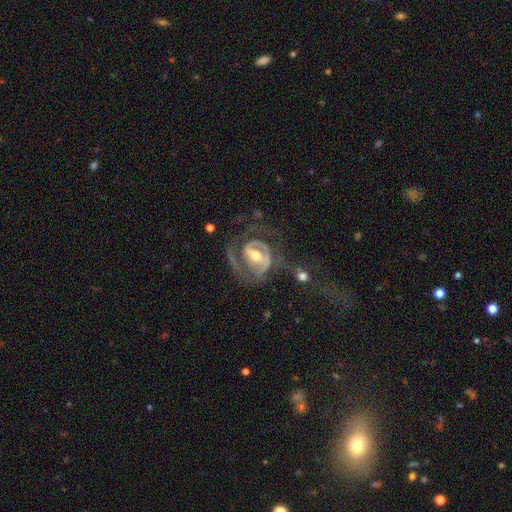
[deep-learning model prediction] featured or disk 85%, smooth 10%, star or artifact 5%. Down the decision tree: edge-on disk — no (97%); bar — strong (44%); spiral arms — yes (85%); spiral arm count — 2 (57%); spiral winding — medium (42%); bulge size — moderate (70%); merging — none (42%).